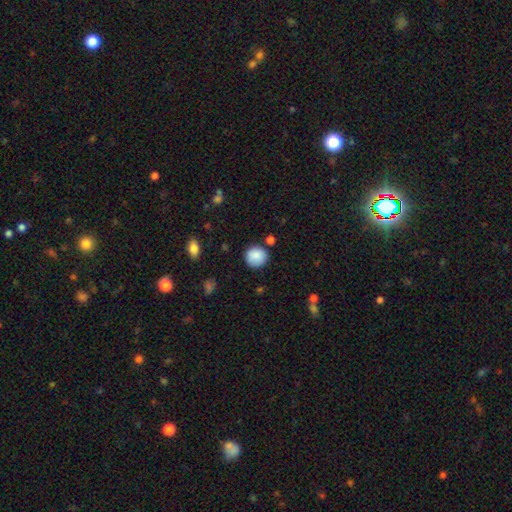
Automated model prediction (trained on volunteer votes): smooth 87%, star or artifact 8%, featured or disk 5%. Down the decision tree: how rounded — round (89%); merging — none (81%).